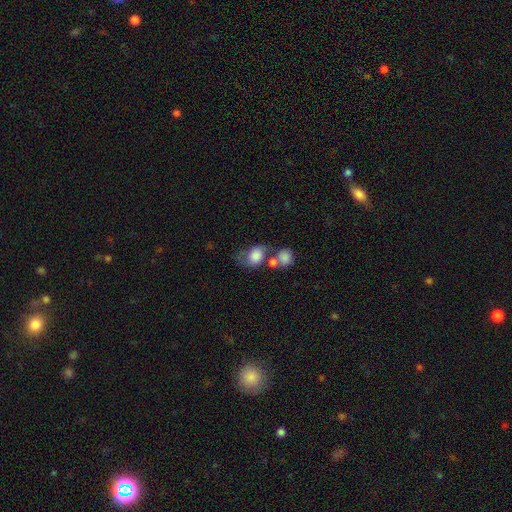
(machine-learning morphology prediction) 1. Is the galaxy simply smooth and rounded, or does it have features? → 79% smooth, 14% featured or disk, 8% star or artifact.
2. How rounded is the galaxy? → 60% in between, 38% round, 1% cigar-shaped.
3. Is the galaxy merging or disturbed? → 41% merger, 30% none, 16% minor disturbance, 13% major disturbance.